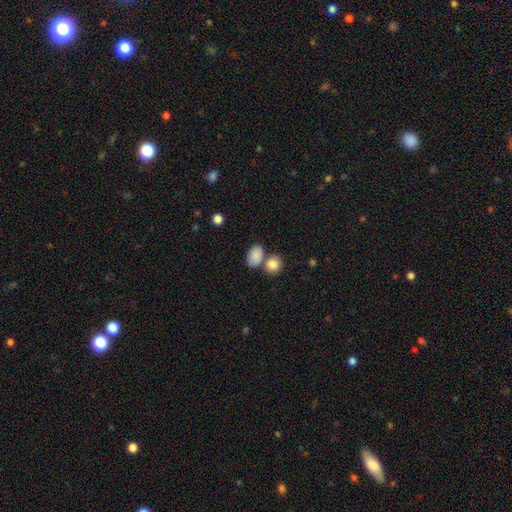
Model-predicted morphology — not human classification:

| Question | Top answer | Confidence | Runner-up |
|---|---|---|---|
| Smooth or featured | smooth | 87% | star or artifact (7%) |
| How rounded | in between | 84% | round (14%) |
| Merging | none | 56% | merger (26%) |